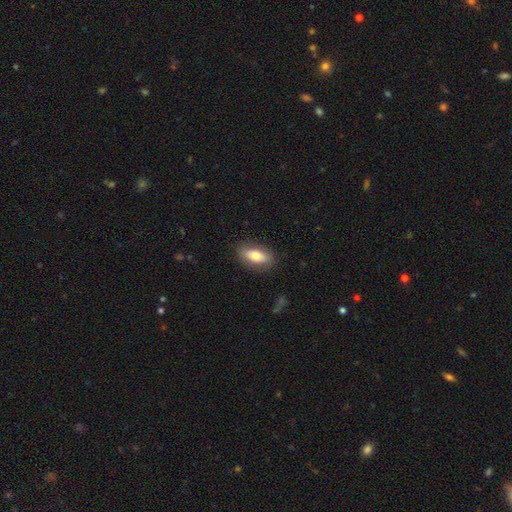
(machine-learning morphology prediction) Overall: smooth (71%). How rounded: in between (85%). Merging: none (83%).